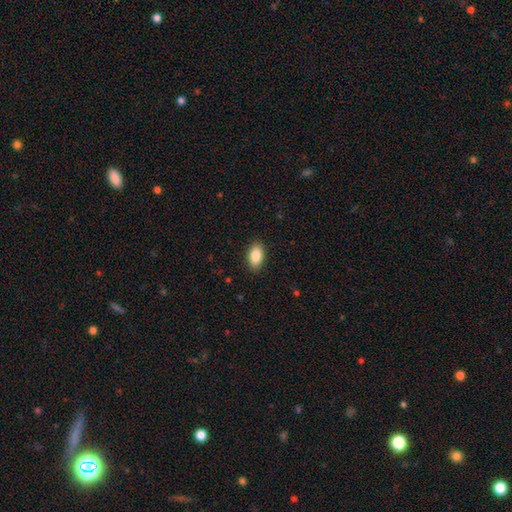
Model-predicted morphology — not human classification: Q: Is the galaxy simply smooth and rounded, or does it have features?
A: smooth — 87%.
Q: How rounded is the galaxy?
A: in between — 93%.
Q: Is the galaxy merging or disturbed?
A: none — 89%.